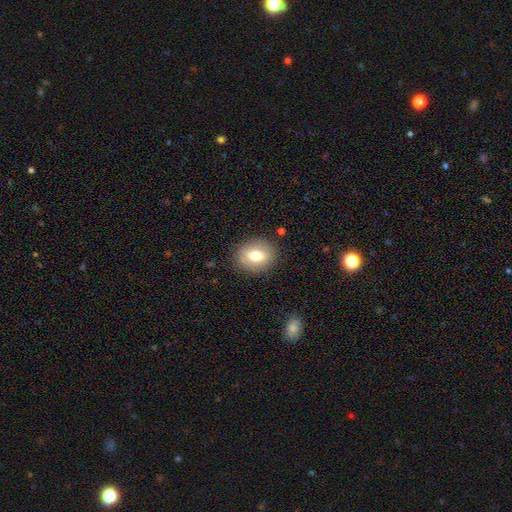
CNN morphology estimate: A smooth galaxy with no disk features (71%) that is round (55%).

Vote fractions:
- Smooth or featured? smooth: 71% / featured or disk: 20% / star or artifact: 9%
- How rounded? round: 55% / in between: 44% / cigar-shaped: 1%
- Merging? none: 85% / minor disturbance: 10% / major disturbance: 3% / merger: 1%